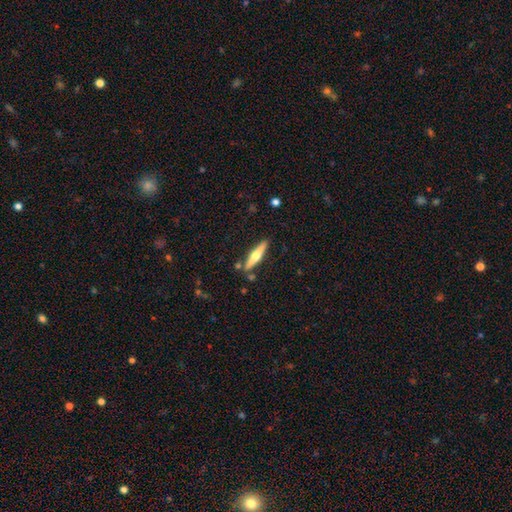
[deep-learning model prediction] smooth_or_featured: featured or disk (p=0.57) [alt: smooth p=0.37]
disk_edge_on: yes (p=0.96) [alt: no p=0.04]
edge_on_bulge: rounded (p=0.92) [alt: none p=0.04]
merging: none (p=0.84) [alt: minor disturbance p=0.09]